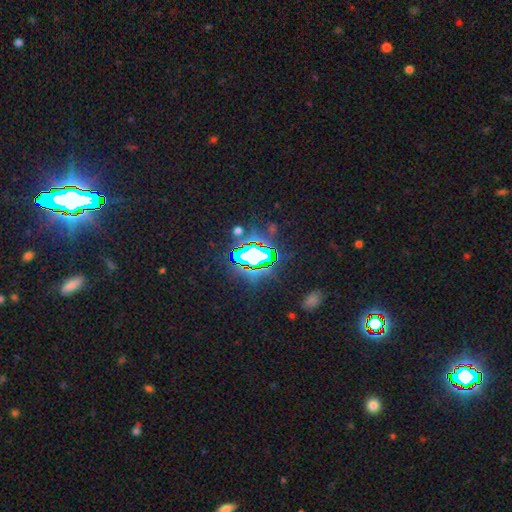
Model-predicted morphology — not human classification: smooth-or-featured: star or artifact: 75% | smooth: 13% | featured or disk: 12%